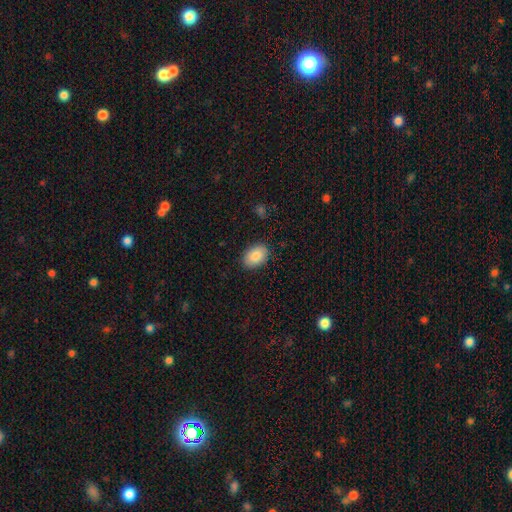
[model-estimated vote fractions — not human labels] Smooth or featured?
  - smooth: 86% *
  - featured or disk: 7%
  - star or artifact: 7%
How rounded?
  - in between: 82% *
  - round: 17%
  - cigar-shaped: 1%
Merging?
  - none: 88% *
  - minor disturbance: 9%
  - major disturbance: 2%
  - merger: 1%